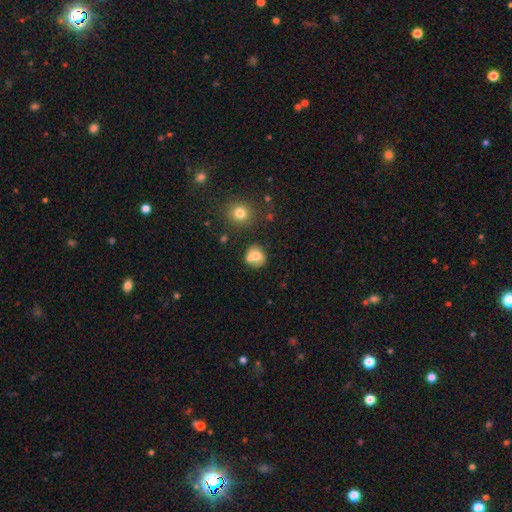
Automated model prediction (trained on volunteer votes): Morphology: type=smooth (70%); roundness=round (76%); merging=none (48%).